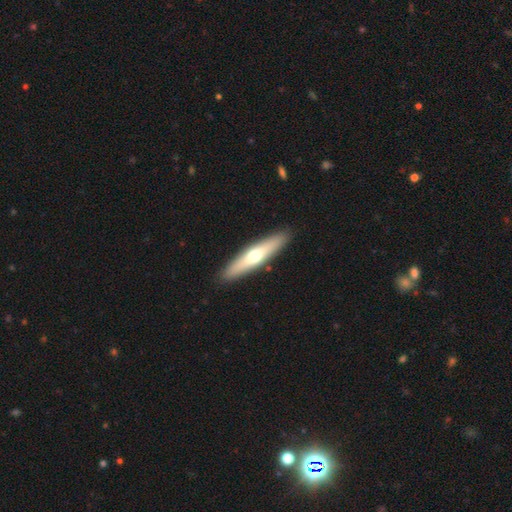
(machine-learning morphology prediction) smooth-or-featured: featured or disk: 51% | smooth: 43% | star or artifact: 6%
  disk-edge-on: yes: 85% | no: 15%
  merging: none: 91% | minor disturbance: 7% | major disturbance: 2% | merger: 1%